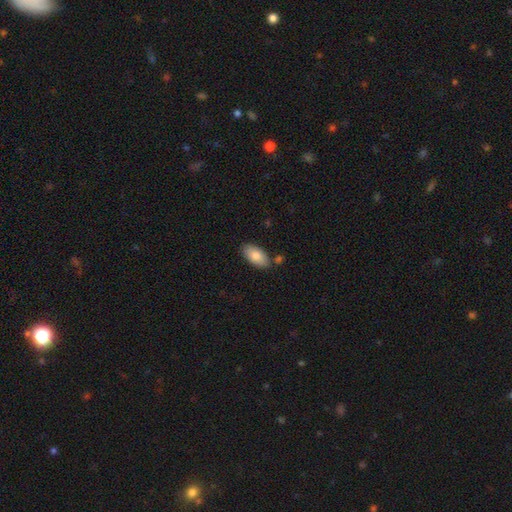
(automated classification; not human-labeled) A smooth galaxy with no disk features (82%) that is in between round and cigar-shaped (95%). Merging: none (81%).